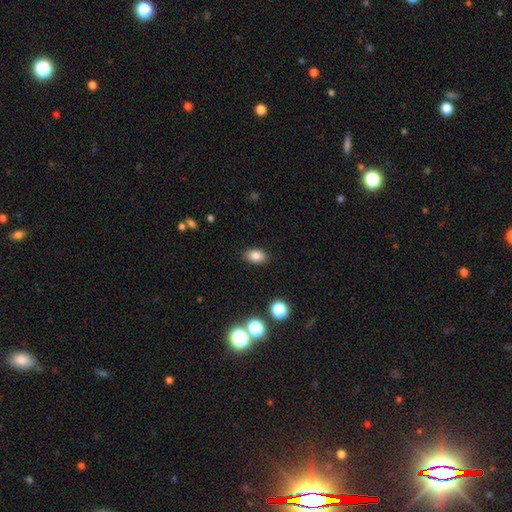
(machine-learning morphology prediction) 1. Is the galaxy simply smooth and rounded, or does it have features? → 83% smooth, 11% star or artifact, 7% featured or disk.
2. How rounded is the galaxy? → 83% in between, 15% round, 1% cigar-shaped.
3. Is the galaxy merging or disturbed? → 88% none, 9% minor disturbance, 2% major disturbance, 1% merger.